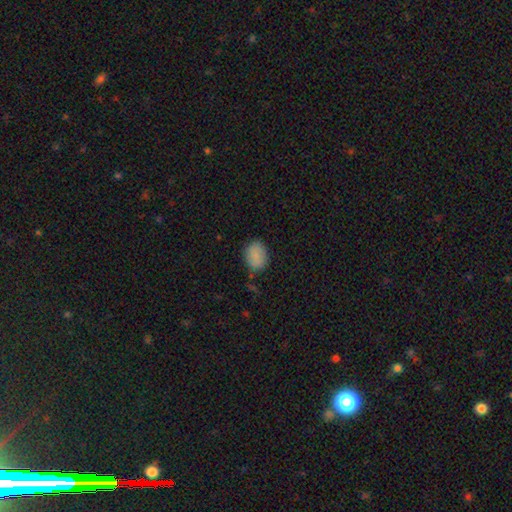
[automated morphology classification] Overall: smooth (86%). How rounded: in between (64%; round 34%). Merging: none (77%).